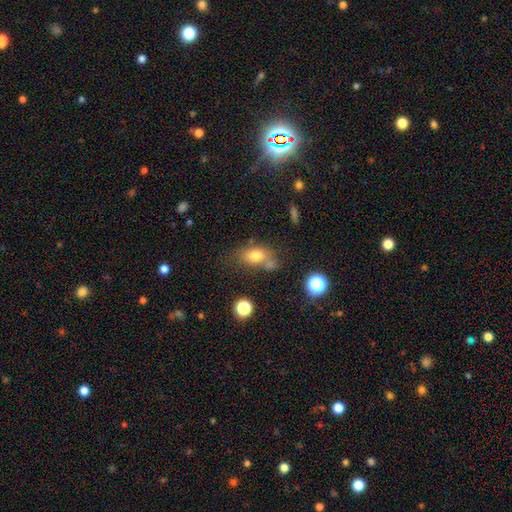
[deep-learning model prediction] The model was most divided on "merging": none: 52%, merger: 20%, minor disturbance: 19%, major disturbance: 9%. More confident: how rounded — in between (76%); smooth or featured — smooth (76%).